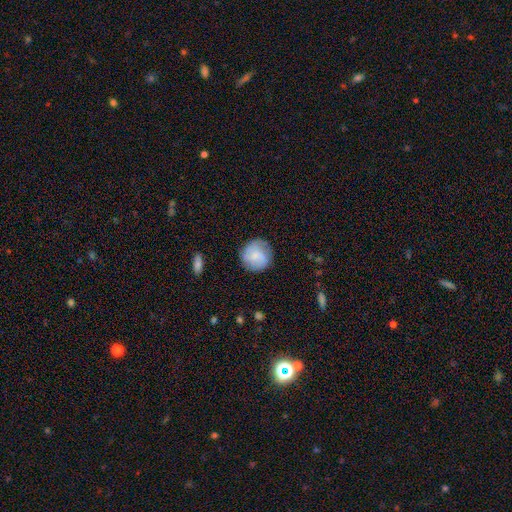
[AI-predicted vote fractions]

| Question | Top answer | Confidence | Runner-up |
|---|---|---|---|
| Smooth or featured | smooth | 72% | featured or disk (21%) |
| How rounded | round | 92% | in between (7%) |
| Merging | none | 75% | minor disturbance (18%) |